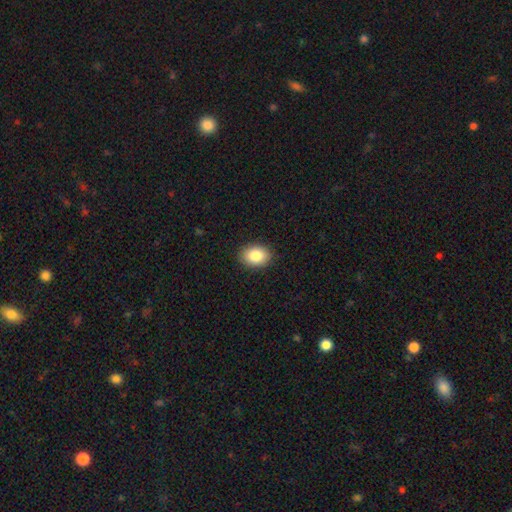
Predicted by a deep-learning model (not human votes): This is clearly a smooth galaxy (85%). How rounded: likely in between (71%). Merging: clearly none (90%).